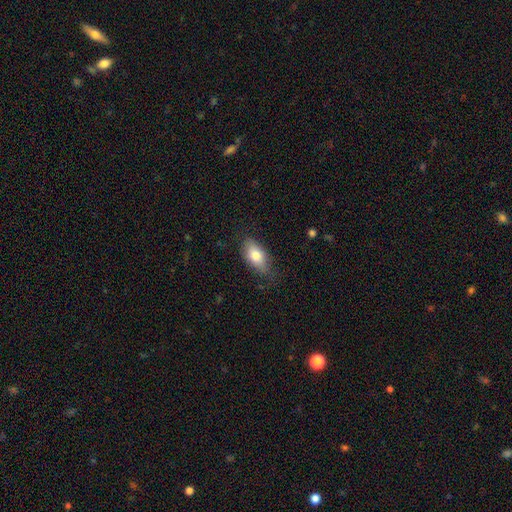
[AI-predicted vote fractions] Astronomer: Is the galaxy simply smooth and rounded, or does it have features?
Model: smooth — 77%.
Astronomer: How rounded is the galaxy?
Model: in between — 89%.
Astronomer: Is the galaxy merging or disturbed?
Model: none — 73%.